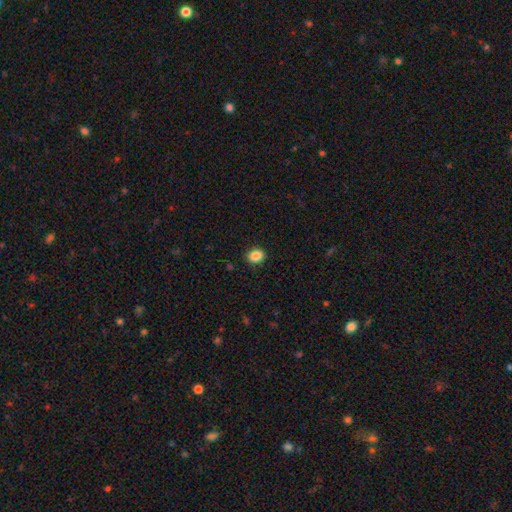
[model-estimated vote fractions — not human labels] Q: Smooth or featured?
A: smooth (87%); runner-up: star or artifact (9%)
Q: How rounded?
A: in between (50%); runner-up: round (49%)
Q: Merging?
A: none (90%); runner-up: minor disturbance (7%)